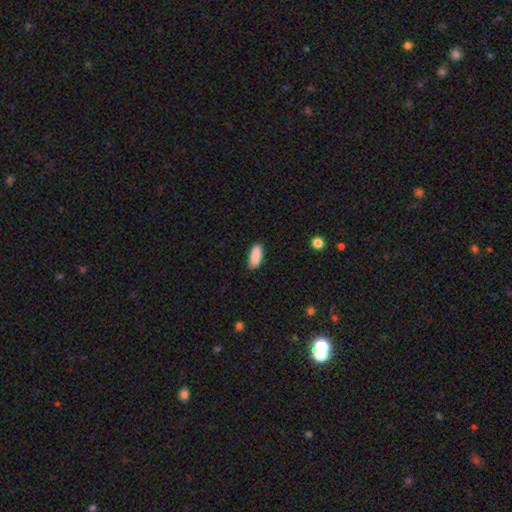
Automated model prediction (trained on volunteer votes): Morphology: type=smooth (90%); roundness=in between (81%); merging=none (83%).